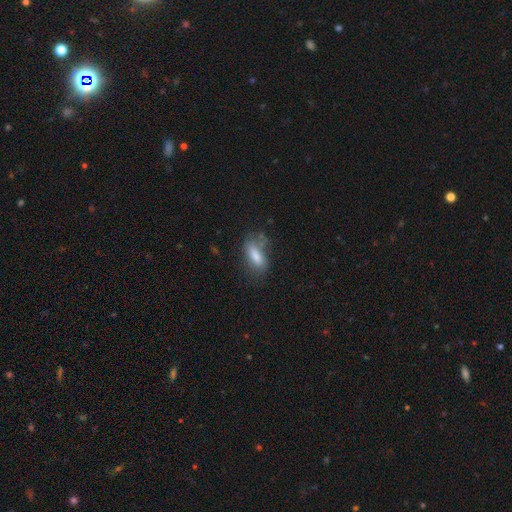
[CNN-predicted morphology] A smooth galaxy with no disk features (75%) that is in between round and cigar-shaped (72%).

Vote fractions:
- Smooth or featured? smooth: 75% / featured or disk: 16% / star or artifact: 8%
- How rounded? in between: 72% / cigar-shaped: 25% / round: 4%
- Merging? none: 58% / minor disturbance: 25% / major disturbance: 12% / merger: 5%